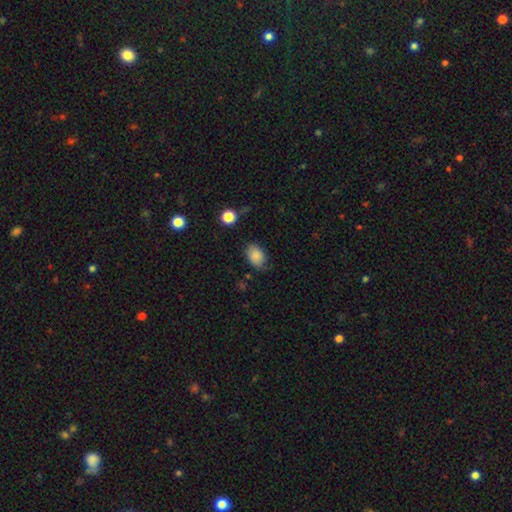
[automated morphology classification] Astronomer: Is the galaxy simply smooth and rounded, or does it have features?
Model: smooth — 84%.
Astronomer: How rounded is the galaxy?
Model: in between — 80%.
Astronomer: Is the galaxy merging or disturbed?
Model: none — 69%.